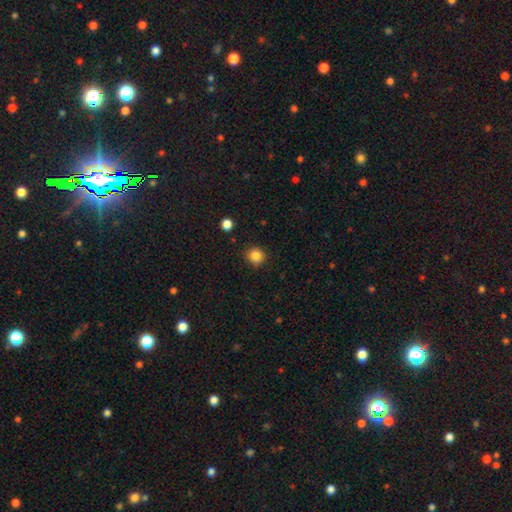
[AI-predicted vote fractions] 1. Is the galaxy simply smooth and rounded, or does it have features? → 84% smooth, 11% star or artifact, 4% featured or disk.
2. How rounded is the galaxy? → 93% round, 6% in between, 1% cigar-shaped.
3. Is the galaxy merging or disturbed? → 89% none, 8% minor disturbance, 2% major disturbance, 1% merger.